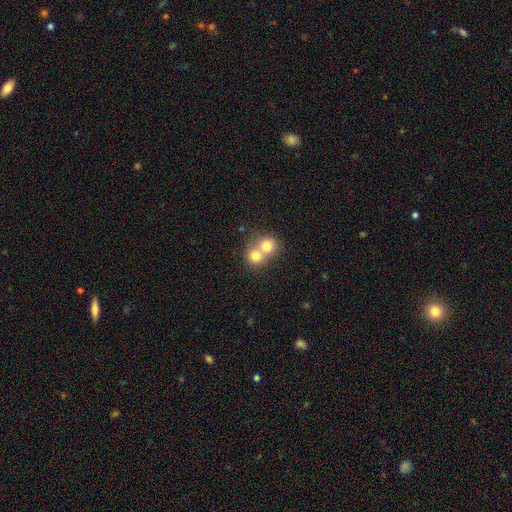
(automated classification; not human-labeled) Smooth or featured? Predicted: smooth (p=0.74). How rounded? Predicted: round (p=0.79). Merging? Predicted: merger (p=0.71).